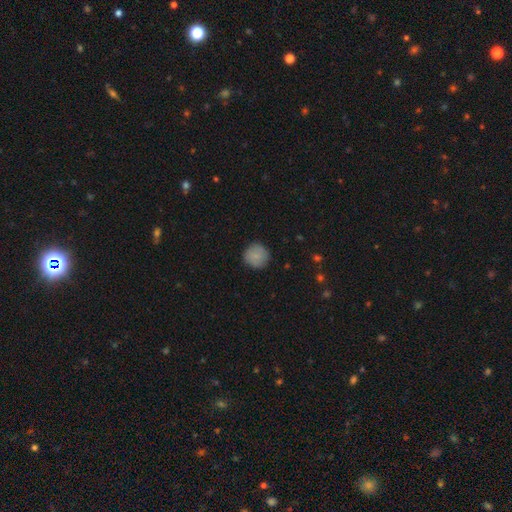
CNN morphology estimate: This appears to be a smooth galaxy with no disk features (86%) that is round (94%). Merging: none (88%).